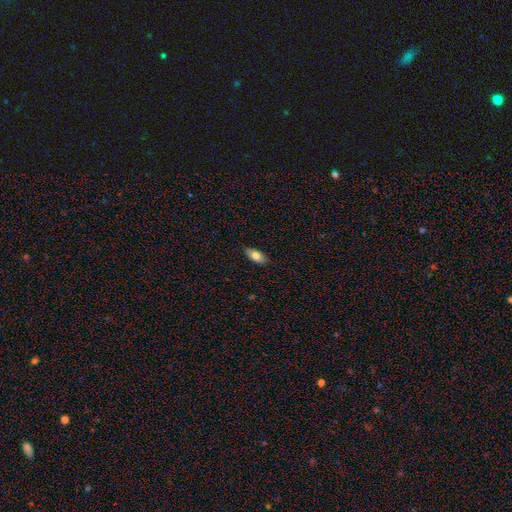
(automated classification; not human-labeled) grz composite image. It shows a smooth galaxy with no disk features (78%) that is in between round and cigar-shaped (88%). Merging: none (87%).